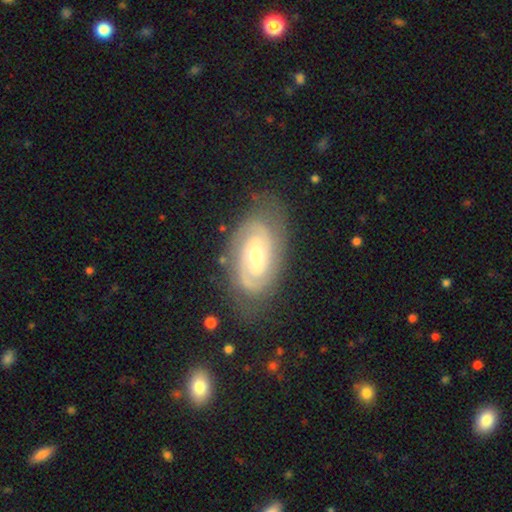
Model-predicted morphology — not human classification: type=featured or disk (86%); edge-on=no (96%); bar=no (44%); spiral arms=yes (96%); winding=tight (70%); arm count=2 (61%); bulge=moderate (54%); merging=none (76%).